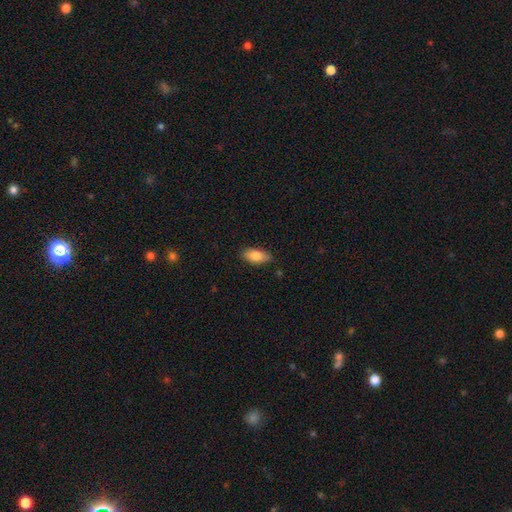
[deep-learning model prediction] A smooth galaxy with no disk features (81%) that is in between round and cigar-shaped (86%). Merging: none (81%).